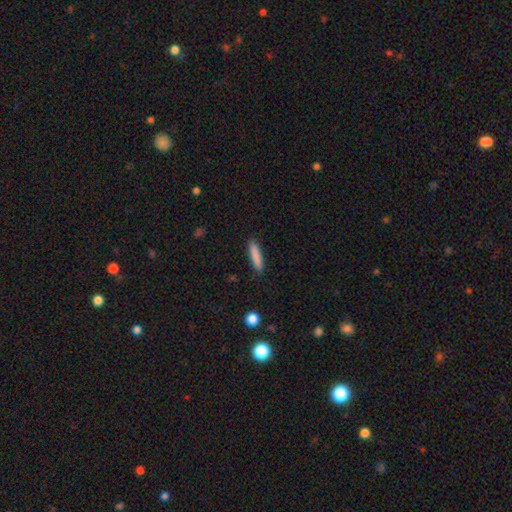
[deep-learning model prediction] Smooth or featured? smooth (86%)
How rounded? cigar-shaped (81%)
Merging? none (89%)